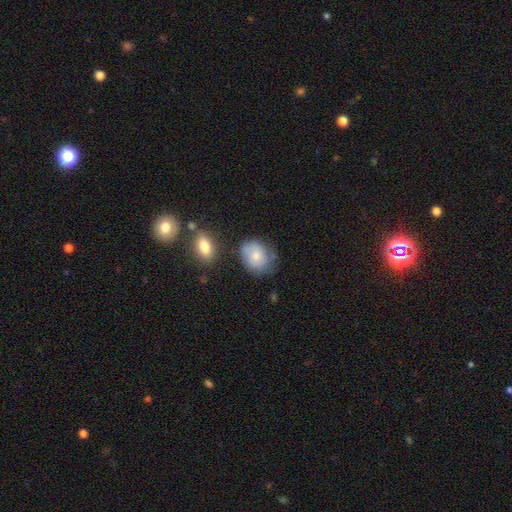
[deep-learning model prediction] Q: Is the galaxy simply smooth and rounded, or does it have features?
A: smooth — 69%.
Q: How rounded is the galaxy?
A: round — 51%.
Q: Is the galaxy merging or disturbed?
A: none — 59%.